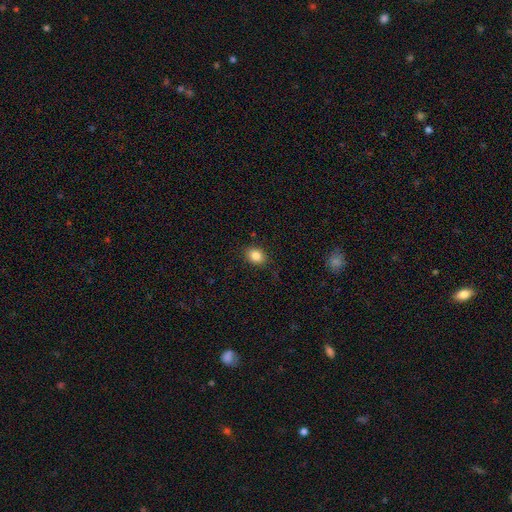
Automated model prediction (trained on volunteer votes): smooth-or-featured: smooth: 85% | star or artifact: 10% | featured or disk: 5%
  how-rounded: in between: 52% | round: 47% | cigar-shaped: 1%
  merging: none: 86% | minor disturbance: 10% | major disturbance: 3% | merger: 1%